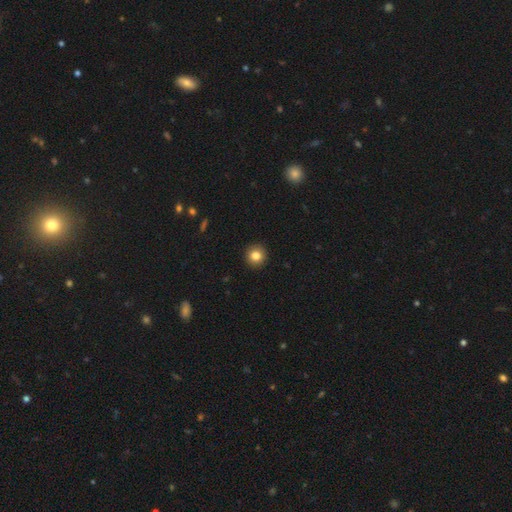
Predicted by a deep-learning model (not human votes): smooth_or_featured: smooth (p=0.83) [alt: star or artifact p=0.10]
how_rounded: round (p=0.94) [alt: in between p=0.05]
merging: none (p=0.93) [alt: minor disturbance p=0.04]